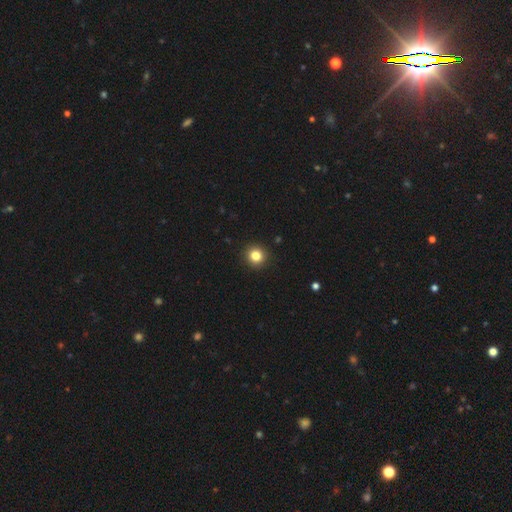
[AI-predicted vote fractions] This appears to be a smooth galaxy with no disk features (83%) that is round (93%). Merging: none (93%).